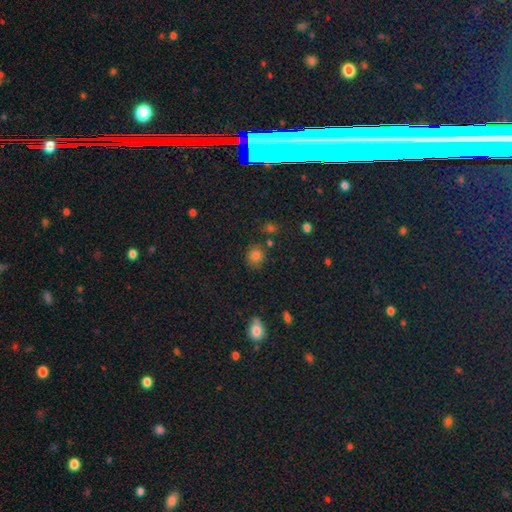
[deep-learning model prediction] A smooth galaxy with no disk features (78%) that is round (84%). Merging: none (79%).